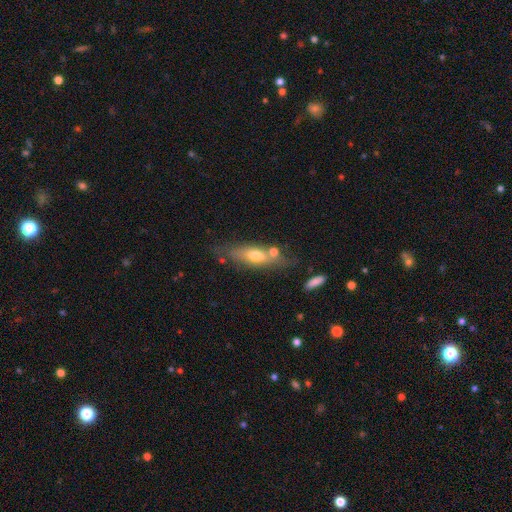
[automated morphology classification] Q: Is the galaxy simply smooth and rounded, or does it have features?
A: smooth — 57%.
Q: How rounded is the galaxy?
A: in between — 51%.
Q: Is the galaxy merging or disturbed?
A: none — 57%.